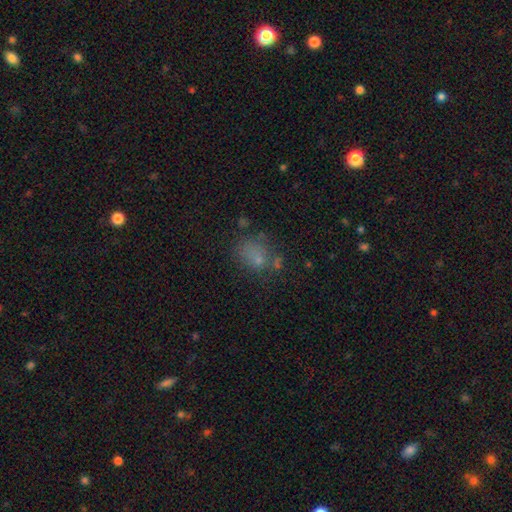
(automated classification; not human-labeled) smooth-or-featured: smooth: 66% | star or artifact: 20% | featured or disk: 14%
  how-rounded: in between: 51% | round: 48% | cigar-shaped: 1%
  merging: none: 52% | minor disturbance: 20% | major disturbance: 14% | merger: 14%